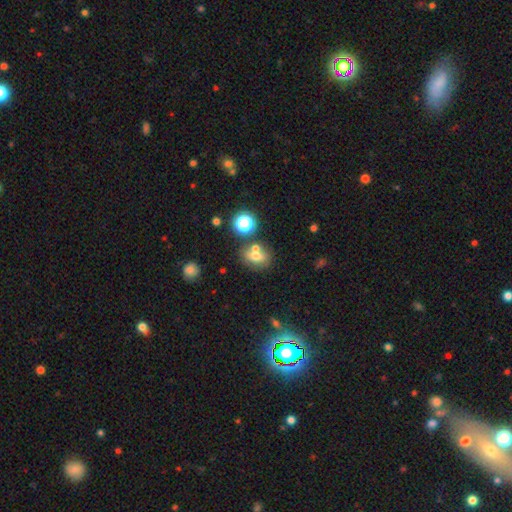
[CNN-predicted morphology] type=smooth (66%); roundness=in between (53%); merging=none (56%).